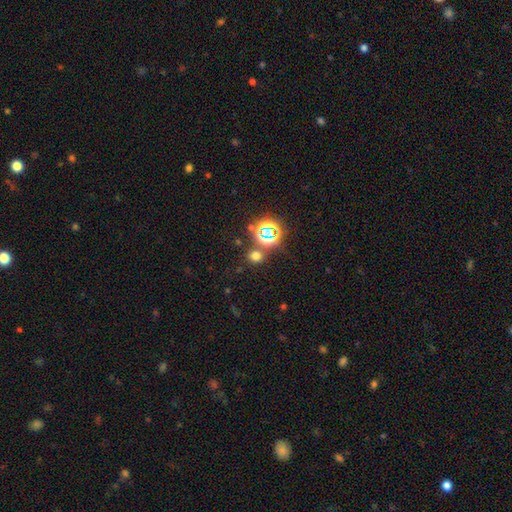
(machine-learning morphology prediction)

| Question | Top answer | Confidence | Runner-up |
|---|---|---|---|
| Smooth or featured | smooth | 60% | star or artifact (34%) |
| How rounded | round | 79% | in between (20%) |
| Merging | none | 77% | merger (11%) |